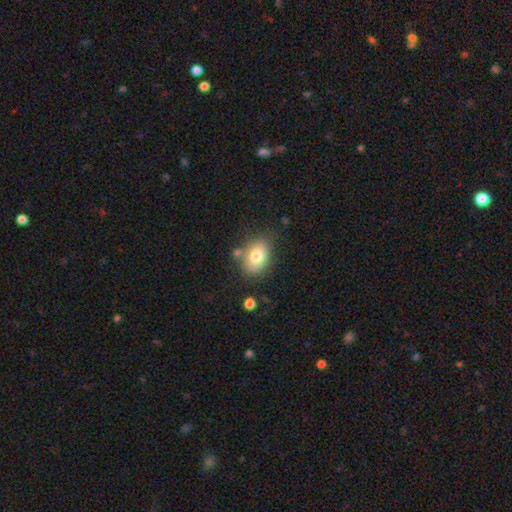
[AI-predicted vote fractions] Overall: smooth (78%). How rounded: in between (74%). Merging: none (71%).